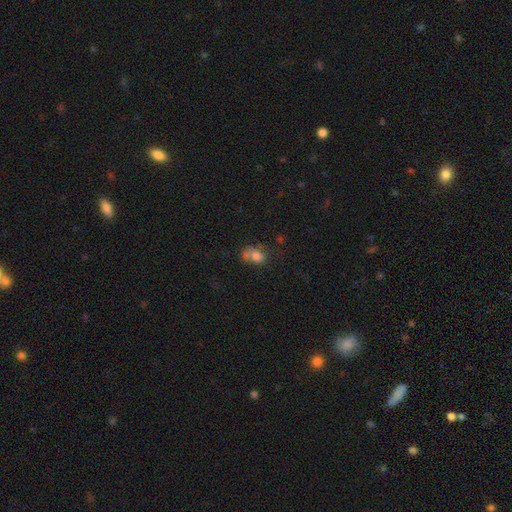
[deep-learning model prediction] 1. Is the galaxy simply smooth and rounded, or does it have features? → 73% smooth, 15% featured or disk, 12% star or artifact.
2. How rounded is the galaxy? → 61% in between, 37% round, 1% cigar-shaped.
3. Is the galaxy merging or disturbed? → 32% none, 31% merger, 20% minor disturbance, 17% major disturbance.